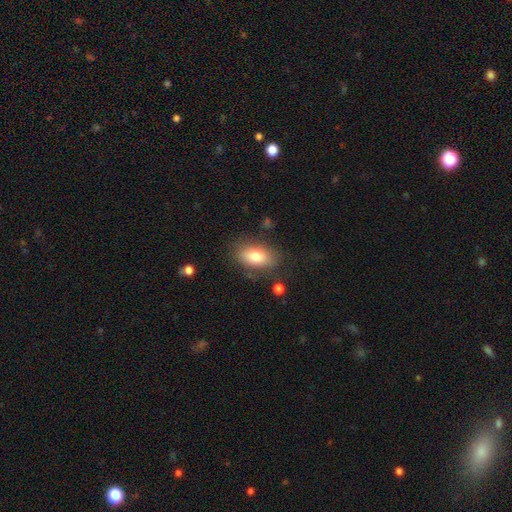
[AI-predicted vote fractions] Overall: smooth (77%). How rounded: in between (89%). Merging: none (77%).